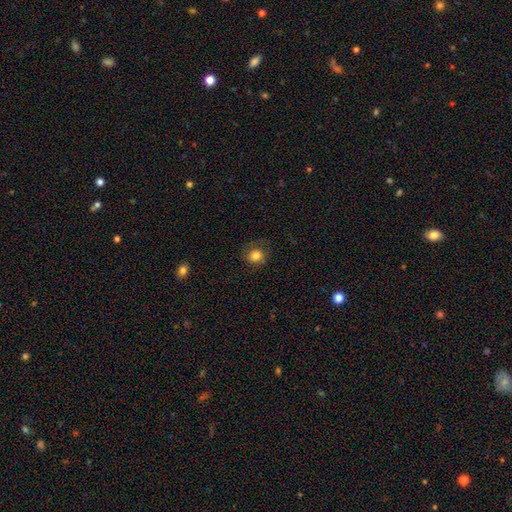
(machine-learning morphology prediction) Overall: smooth (81%). How rounded: round (79%). Merging: none (73%).